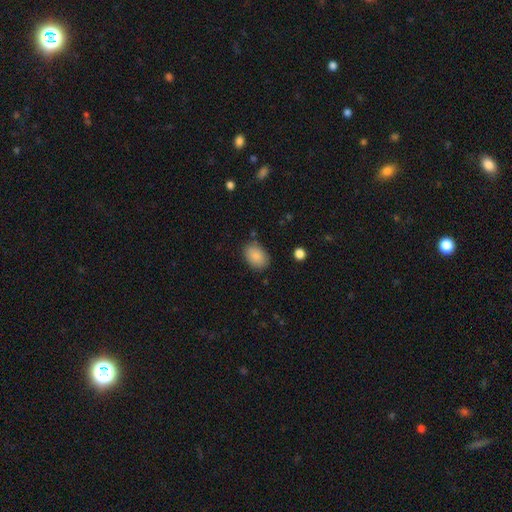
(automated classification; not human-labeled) Smooth or featured?
  - smooth: 88% *
  - star or artifact: 7%
  - featured or disk: 5%
How rounded?
  - in between: 82% *
  - round: 17%
  - cigar-shaped: 1%
Merging?
  - none: 80% *
  - minor disturbance: 14%
  - major disturbance: 4%
  - merger: 2%